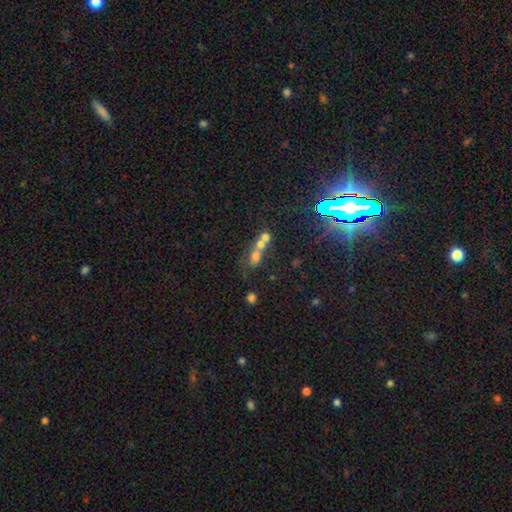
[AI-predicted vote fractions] Overall: smooth (51%; star or artifact 26%). How rounded: in between (47%; round 45%). Merging: merger (64%).